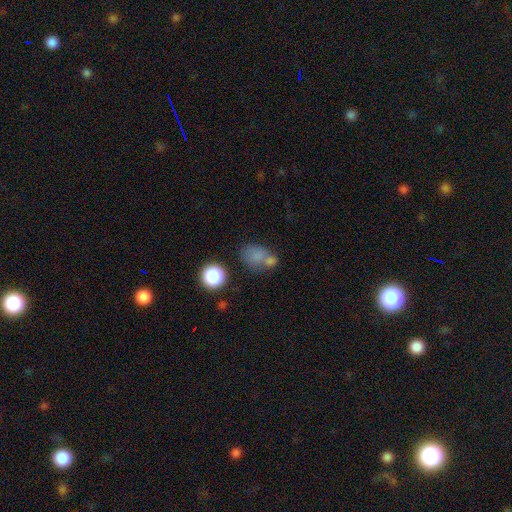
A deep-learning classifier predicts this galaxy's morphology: The model was most divided on "merging": none: 40%, merger: 32%, minor disturbance: 16%, major disturbance: 11%. More confident: smooth or featured — smooth (74%); how rounded — in between (56%).